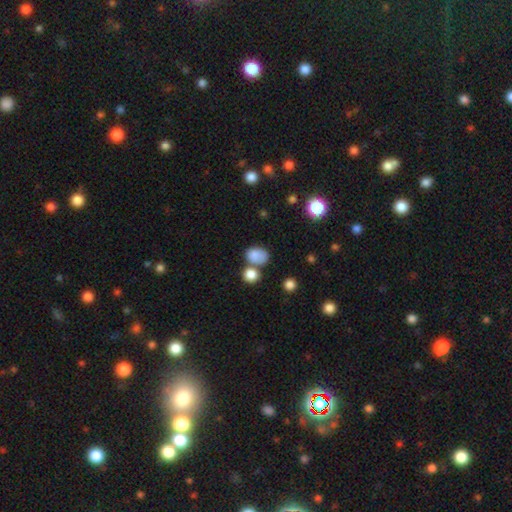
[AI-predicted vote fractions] Q: Smooth or featured?
A: smooth (82%); runner-up: star or artifact (10%)
Q: How rounded?
A: in between (70%); runner-up: round (28%)
Q: Merging?
A: none (48%); runner-up: merger (28%)